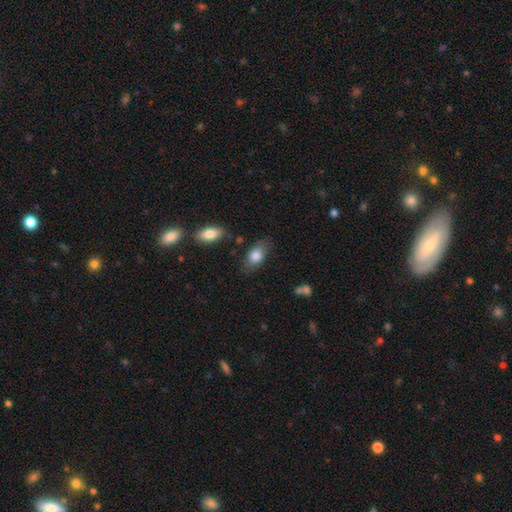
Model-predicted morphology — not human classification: smooth-or-featured: smooth: 80% | featured or disk: 14% | star or artifact: 6%
  how-rounded: in between: 88% | round: 8% | cigar-shaped: 4%
  merging: none: 74% | minor disturbance: 18% | major disturbance: 5% | merger: 3%